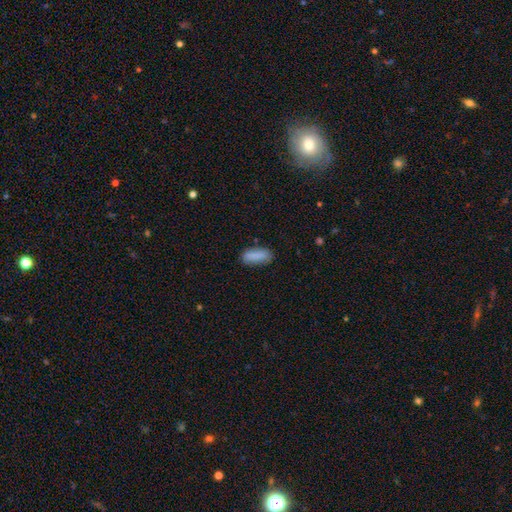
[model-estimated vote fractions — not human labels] smooth_or_featured: smooth (p=0.87) [alt: star or artifact p=0.07]
how_rounded: in between (p=0.74) [alt: cigar-shaped p=0.24]
merging: none (p=0.78) [alt: minor disturbance p=0.17]